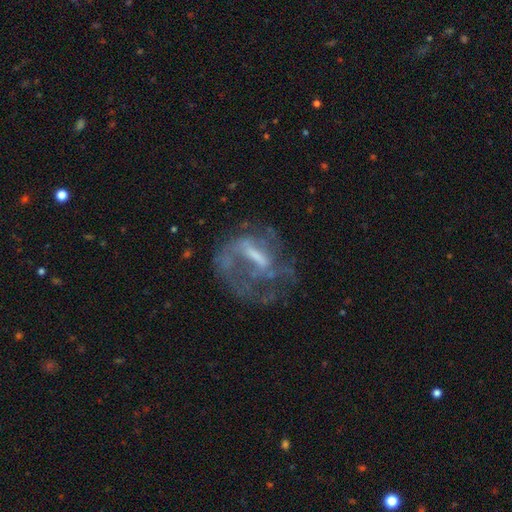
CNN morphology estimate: Overall: featured or disk (72%). Edge-on disk: no (93%). Bar: weak (38%; strong 37%). Spiral arms: yes (54%; no 46%). Bulge size: moderate (33%; none 30%). Merging: none (42%; major disturbance 38%).